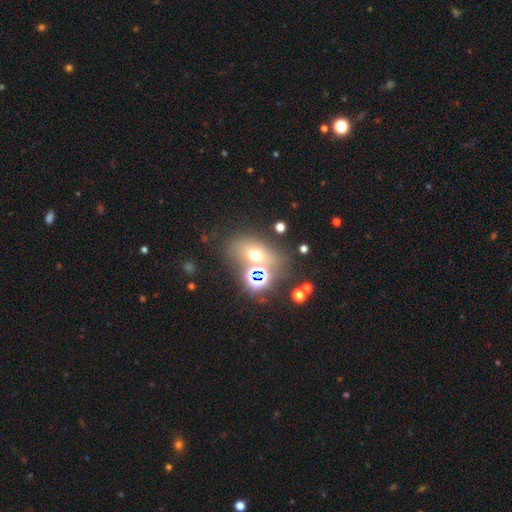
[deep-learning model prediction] Smooth or featured?
  - smooth: 53% *
  - star or artifact: 30%
  - featured or disk: 16%
How rounded?
  - in between: 58% *
  - round: 39%
  - cigar-shaped: 2%
Merging?
  - none: 62% *
  - merger: 18%
  - minor disturbance: 12%
  - major disturbance: 7%